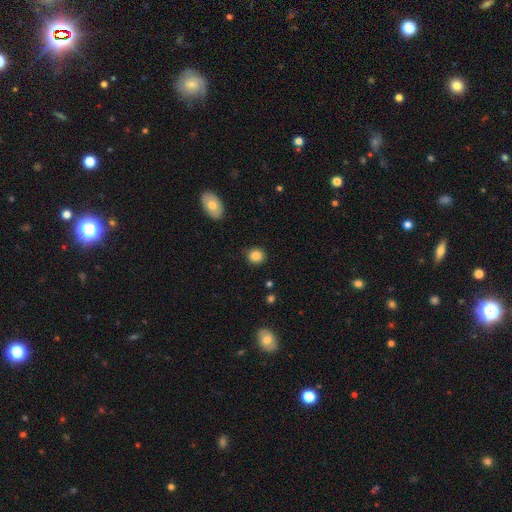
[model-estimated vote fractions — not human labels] This is clearly a smooth galaxy (84%). How rounded: clearly round (87%). Merging: clearly none (89%).